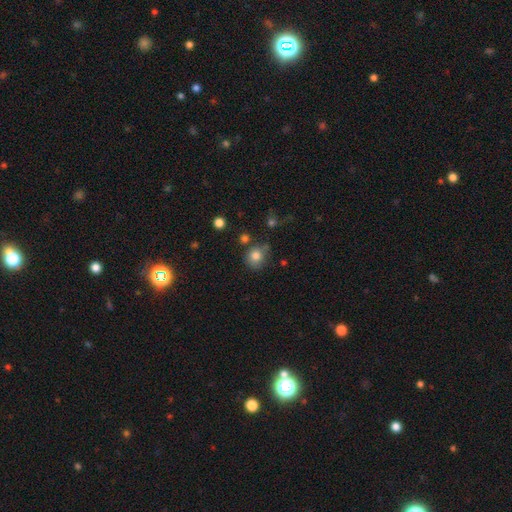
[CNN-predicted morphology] A smooth galaxy with no disk features (82%) that is round (81%).

Vote fractions:
- Smooth or featured? smooth: 82% / star or artifact: 11% / featured or disk: 7%
- How rounded? round: 81% / in between: 18% / cigar-shaped: 1%
- Merging? none: 67% / minor disturbance: 19% / merger: 9% / major disturbance: 6%